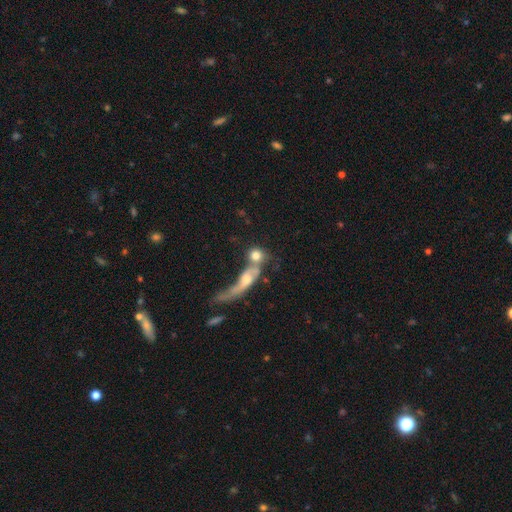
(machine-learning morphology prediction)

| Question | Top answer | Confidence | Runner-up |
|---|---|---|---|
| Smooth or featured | smooth | 68% | featured or disk (23%) |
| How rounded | round | 68% | in between (23%) |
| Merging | merger | 49% | none (30%) |